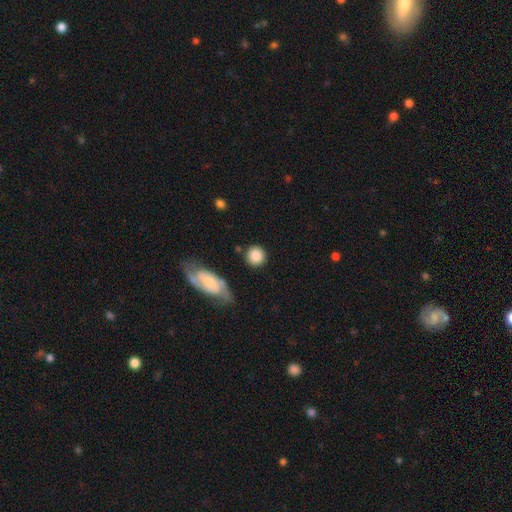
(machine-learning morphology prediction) This is clearly a smooth galaxy (81%). How rounded: clearly round (90%). Merging: likely none (78%).